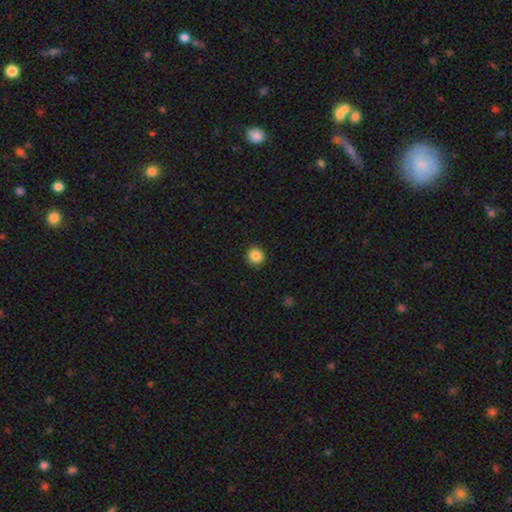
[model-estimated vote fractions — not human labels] Smooth or featured: smooth — 86% (star or artifact — 10%)
How rounded: round — 92% (in between — 7%)
Merging: none — 91% (minor disturbance — 6%)